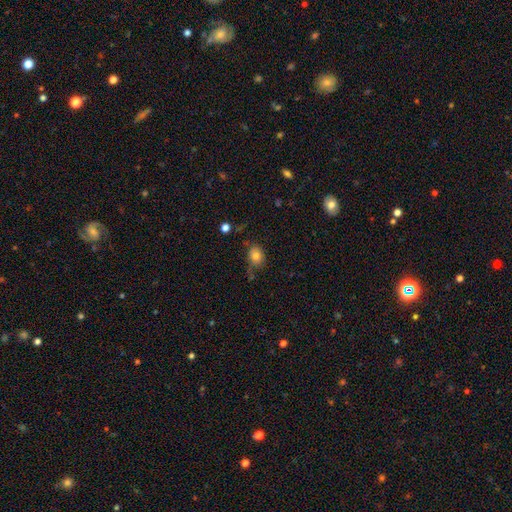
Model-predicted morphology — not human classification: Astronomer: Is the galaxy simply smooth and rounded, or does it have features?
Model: smooth — 79%.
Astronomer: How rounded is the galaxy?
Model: in between — 51% (runner-up: round, 47%).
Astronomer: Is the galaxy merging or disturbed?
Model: none — 59%.